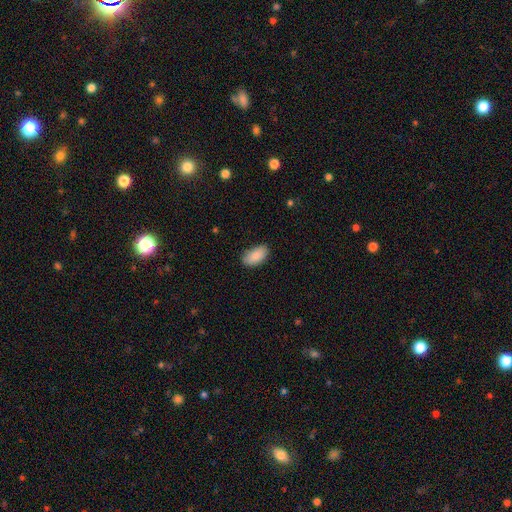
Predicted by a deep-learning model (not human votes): Smooth or featured?
  - smooth: 89% *
  - star or artifact: 6%
  - featured or disk: 5%
How rounded?
  - in between: 95% *
  - round: 3%
  - cigar-shaped: 2%
Merging?
  - none: 83% *
  - minor disturbance: 14%
  - major disturbance: 3%
  - merger: 1%